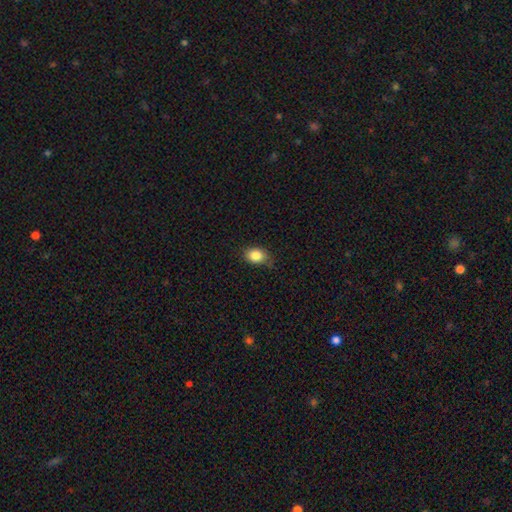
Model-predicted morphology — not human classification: smooth_or_featured: smooth (p=0.84) [alt: star or artifact p=0.09]
how_rounded: in between (p=0.69) [alt: round p=0.30]
merging: none (p=0.73) [alt: minor disturbance p=0.22]